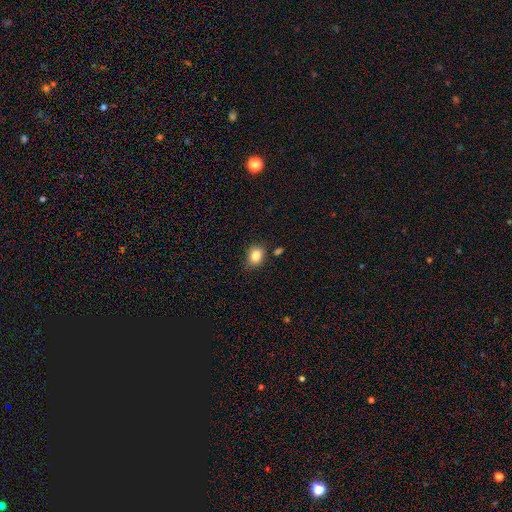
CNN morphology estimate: Q: Smooth or featured?
A: smooth (84%); runner-up: star or artifact (10%)
Q: How rounded?
A: round (51%); runner-up: in between (48%)
Q: Merging?
A: none (78%); runner-up: minor disturbance (14%)